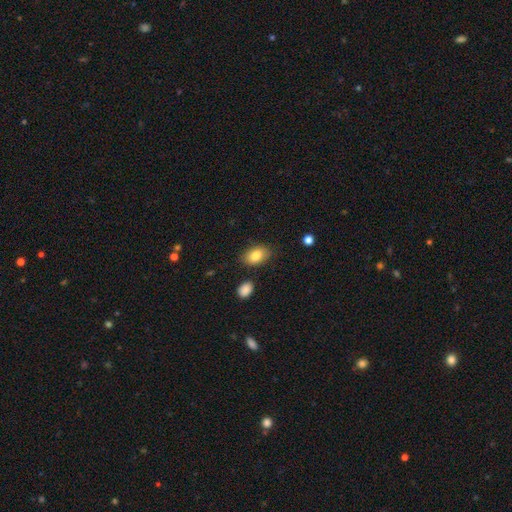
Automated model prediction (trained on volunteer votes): This is clearly a smooth galaxy (84%). How rounded: clearly in between (88%). Merging: likely none (80%).